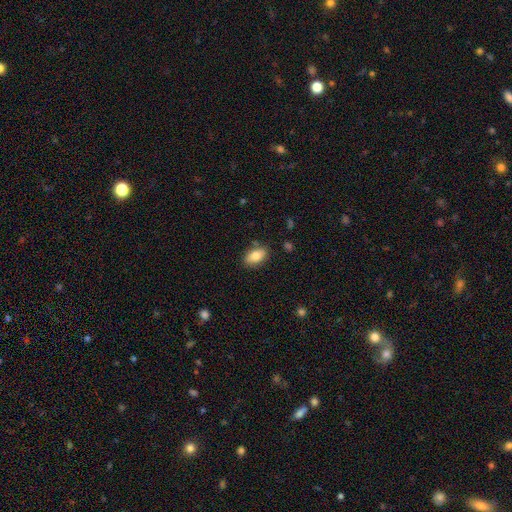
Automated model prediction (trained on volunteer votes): smooth 81%, featured or disk 12%, star or artifact 7%. Down the decision tree: how rounded — in between (89%); merging — none (83%).